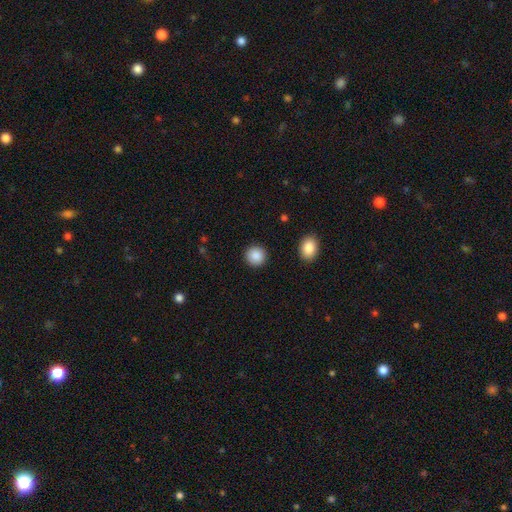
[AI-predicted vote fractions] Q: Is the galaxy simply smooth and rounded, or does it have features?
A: smooth — 88%.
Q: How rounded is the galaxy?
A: round — 93%.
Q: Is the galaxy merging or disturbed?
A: none — 91%.